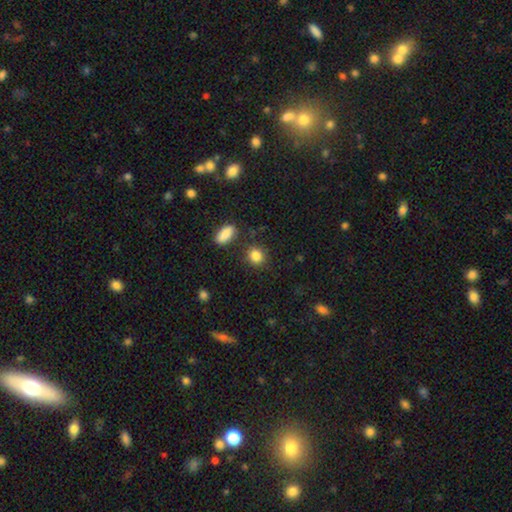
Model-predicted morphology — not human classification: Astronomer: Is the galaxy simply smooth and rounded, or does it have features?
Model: smooth — 86%.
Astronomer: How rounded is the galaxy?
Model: round — 72%.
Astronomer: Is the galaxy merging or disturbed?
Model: none — 82%.